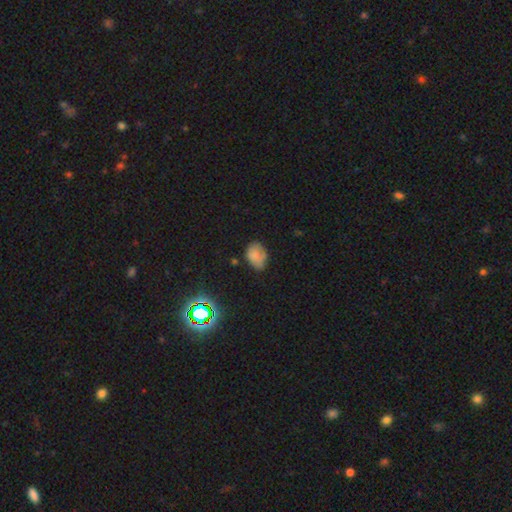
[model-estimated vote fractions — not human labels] Smooth or featured?
  - smooth: 72% *
  - featured or disk: 14%
  - star or artifact: 14%
How rounded?
  - in between: 75% *
  - round: 24%
  - cigar-shaped: 1%
Merging?
  - none: 56% *
  - minor disturbance: 32%
  - major disturbance: 9%
  - merger: 3%